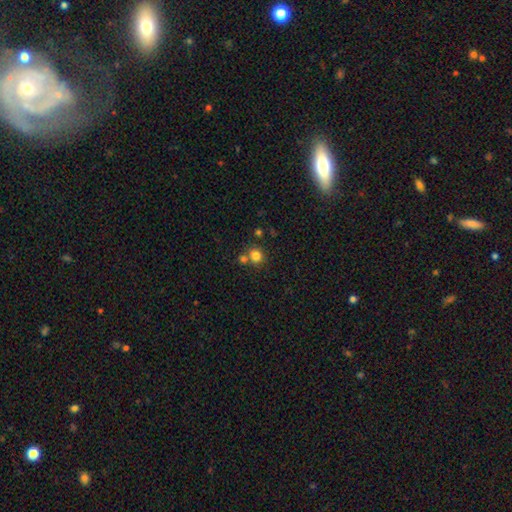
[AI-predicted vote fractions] This appears to be a smooth galaxy with no disk features (81%) that is round (88%). Merging: none (66%).